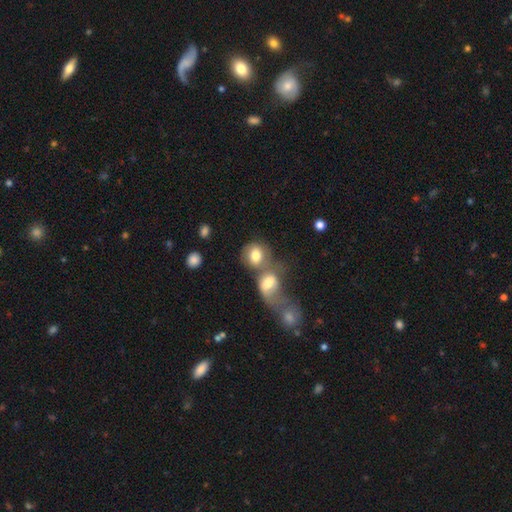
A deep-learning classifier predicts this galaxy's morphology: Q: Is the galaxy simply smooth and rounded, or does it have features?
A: smooth — 72%.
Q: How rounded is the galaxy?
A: round — 62%.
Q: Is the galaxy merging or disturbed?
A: merger — 60%.